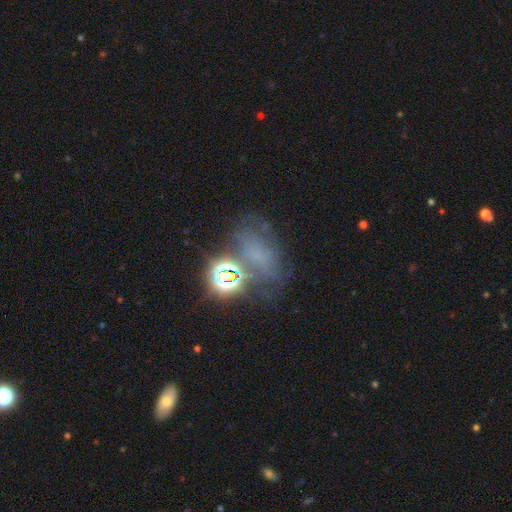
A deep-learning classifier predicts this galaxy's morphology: type=star or artifact (40%).